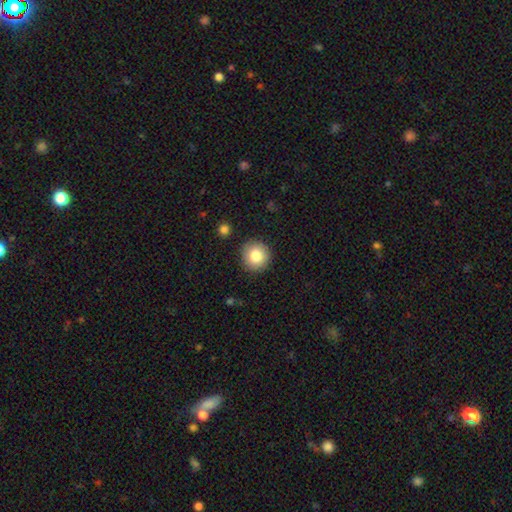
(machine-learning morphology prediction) smooth_or_featured: smooth (p=0.83) [alt: star or artifact p=0.09]
how_rounded: round (p=0.93) [alt: in between p=0.06]
merging: none (p=0.89) [alt: minor disturbance p=0.07]